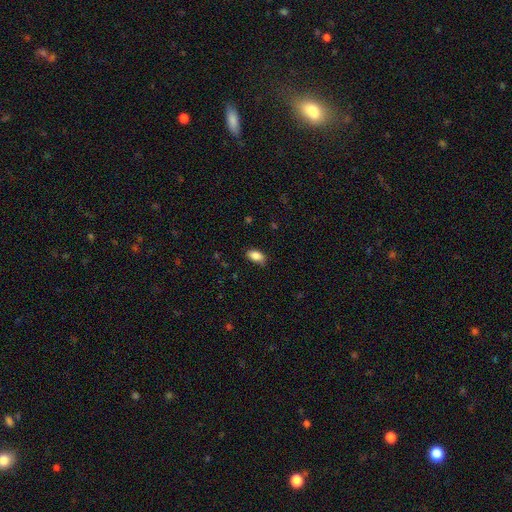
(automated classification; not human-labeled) This is clearly a smooth galaxy (87%). How rounded: clearly in between (91%). Merging: likely none (77%).